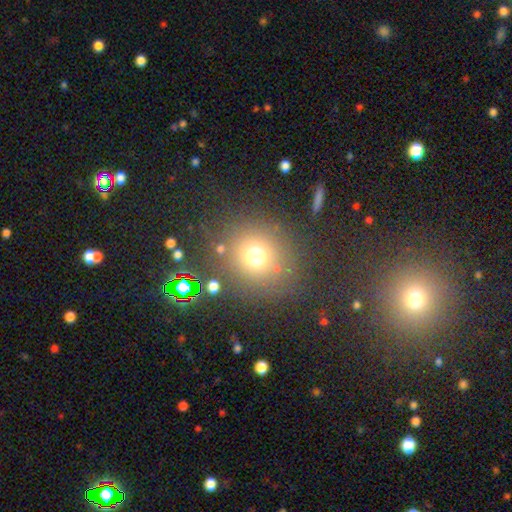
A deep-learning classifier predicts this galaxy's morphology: Smooth or featured: smooth — 69% (star or artifact — 21%)
How rounded: round — 88% (in between — 11%)
Merging: none — 79% (minor disturbance — 10%)